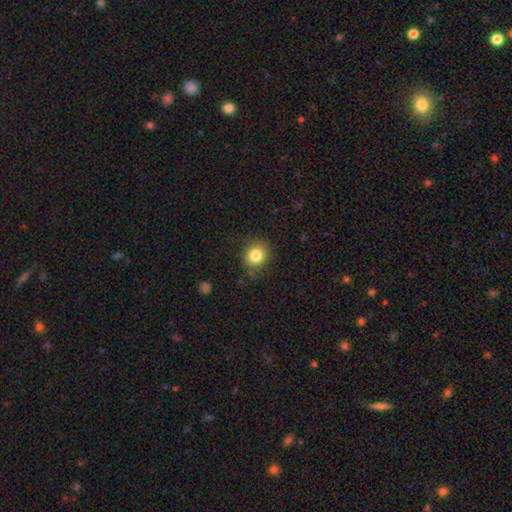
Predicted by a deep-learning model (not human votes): This appears to be a smooth galaxy with no disk features (82%) that is round (77%). Merging: none (79%).